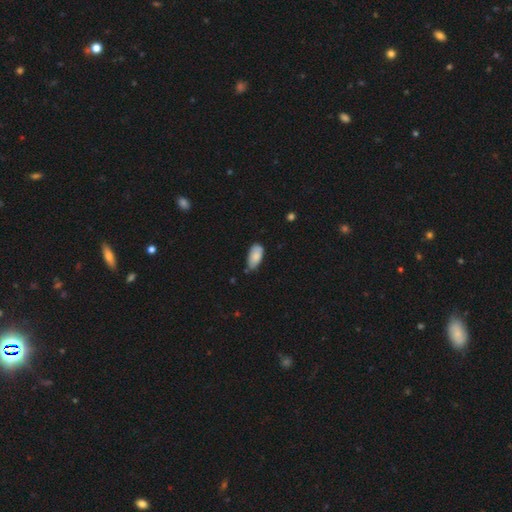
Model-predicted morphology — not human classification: Smooth or featured? smooth (82%)
How rounded? in between (93%)
Merging? none (53%)